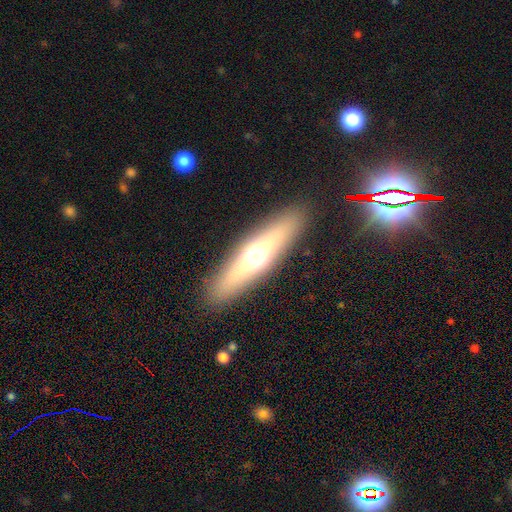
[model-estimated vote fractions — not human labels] Smooth or featured: smooth — 47% (featured or disk — 44%)
Merging: none — 89% (minor disturbance — 7%)